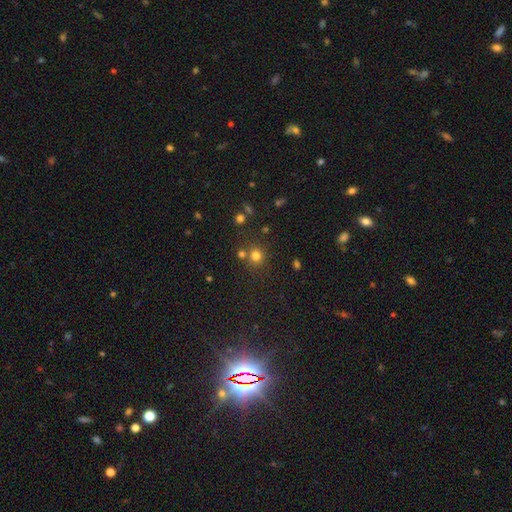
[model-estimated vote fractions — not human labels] A smooth galaxy with no disk features (74%) that is round (90%). Merging: none (71%).